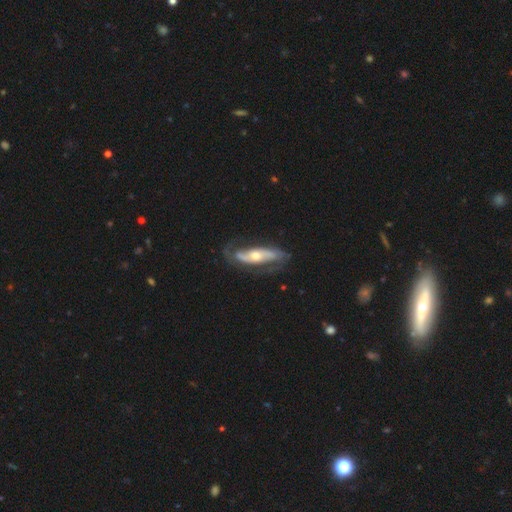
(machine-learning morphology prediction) Smooth or featured: featured or disk — 77% (smooth — 18%)
Edge-on disk: no — 82% (yes — 18%)
Bar: no — 57% (strong — 23%)
Spiral arms: yes — 83% (no — 17%)
Spiral winding: loose — 39% (medium — 37%)
Spiral arm count: 2 — 80% (can't tell — 10%)
Bulge size: moderate — 62% (small — 29%)
Merging: none — 64% (minor disturbance — 20%)